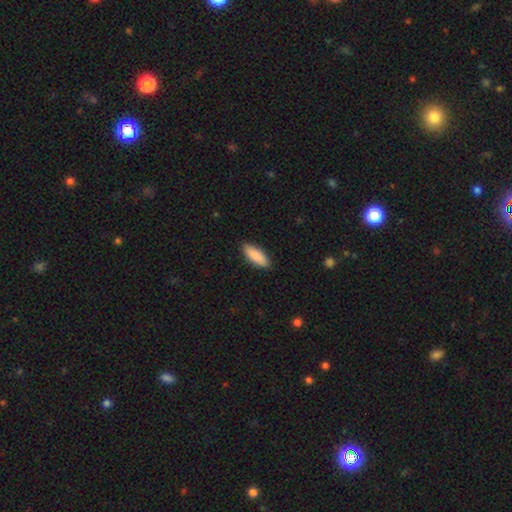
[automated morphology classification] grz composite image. It shows a smooth galaxy with no disk features (88%) that is in between round and cigar-shaped (66%). Merging: none (89%).